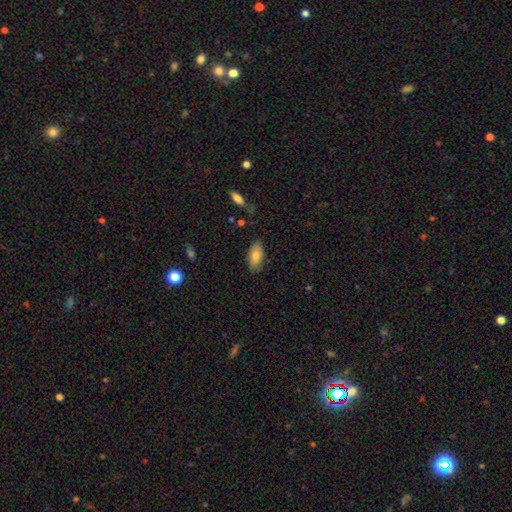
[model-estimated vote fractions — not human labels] smooth-or-featured: smooth: 79% | featured or disk: 15% | star or artifact: 7%
  how-rounded: in between: 91% | cigar-shaped: 6% | round: 3%
  merging: none: 82% | minor disturbance: 14% | major disturbance: 3% | merger: 1%